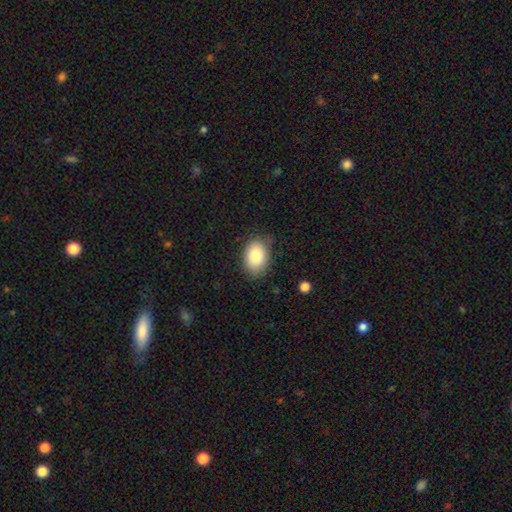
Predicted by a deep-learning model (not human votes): A smooth galaxy with no disk features (83%) that is in between round and cigar-shaped (82%).

Vote fractions:
- Smooth or featured? smooth: 83% / featured or disk: 9% / star or artifact: 8%
- How rounded? in between: 82% / round: 17% / cigar-shaped: 1%
- Merging? none: 79% / minor disturbance: 16% / major disturbance: 4% / merger: 1%